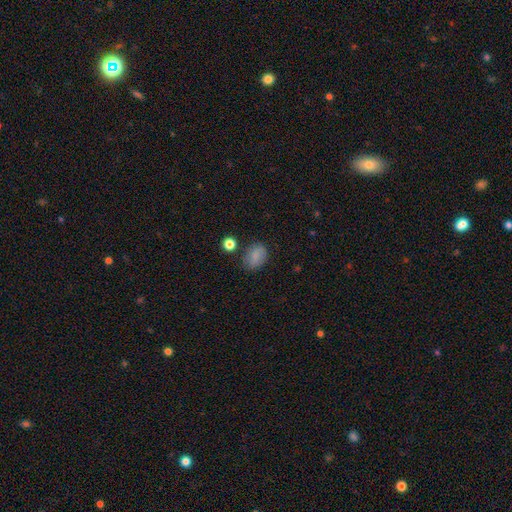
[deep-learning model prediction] smooth 83%, star or artifact 10%, featured or disk 7%. Down the decision tree: how rounded — in between (72%); merging — none (76%).